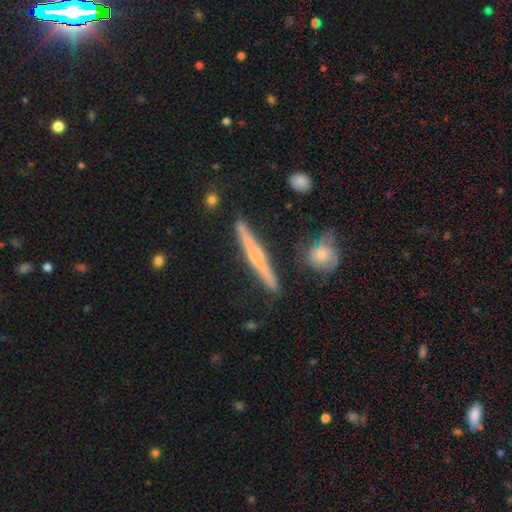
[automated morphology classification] This is likely a featured or disk galaxy (65%). It is clearly viewed edge-on (96%). Edge-on bulge: likely rounded (68%). Merging: clearly none (83%).